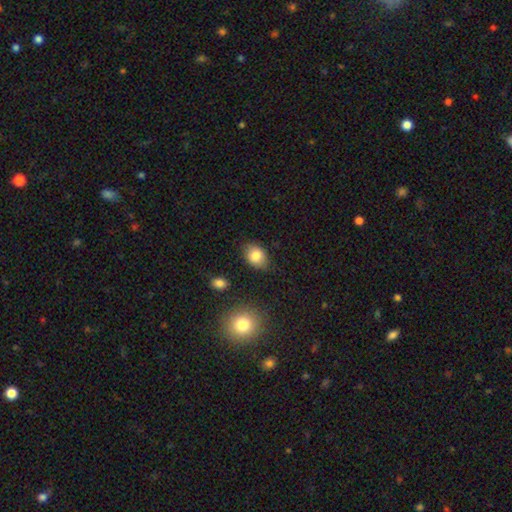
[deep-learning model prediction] The model was most divided on "how rounded": in between: 68%, round: 31%, cigar-shaped: 1%. More confident: smooth or featured — smooth (82%); merging — none (79%).